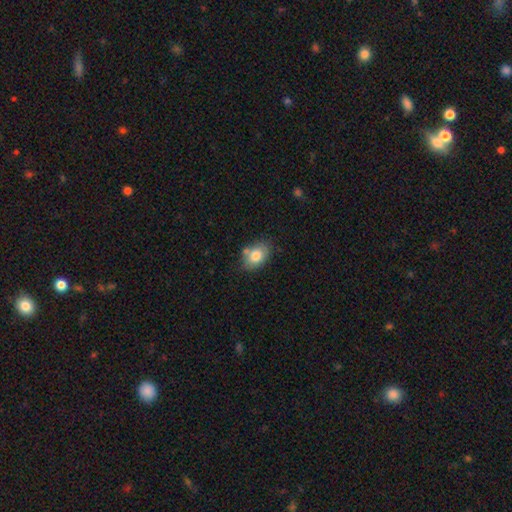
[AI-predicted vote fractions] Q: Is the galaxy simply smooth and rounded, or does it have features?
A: smooth — 79%.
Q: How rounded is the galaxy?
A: in between — 82%.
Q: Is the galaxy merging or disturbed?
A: none — 70%.